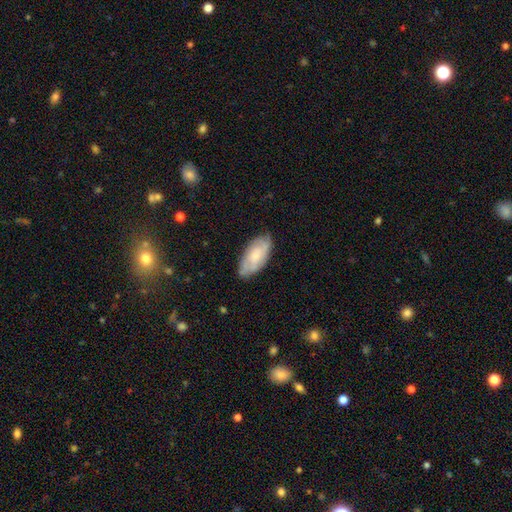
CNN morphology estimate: This is possibly a smooth galaxy (47%). Merging: likely none (76%).